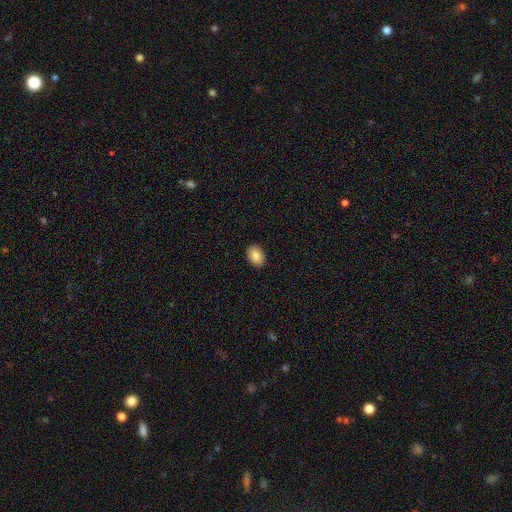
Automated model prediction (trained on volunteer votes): Smooth or featured: smooth — 84% (featured or disk — 9%)
How rounded: in between — 79% (round — 20%)
Merging: none — 90% (minor disturbance — 7%)